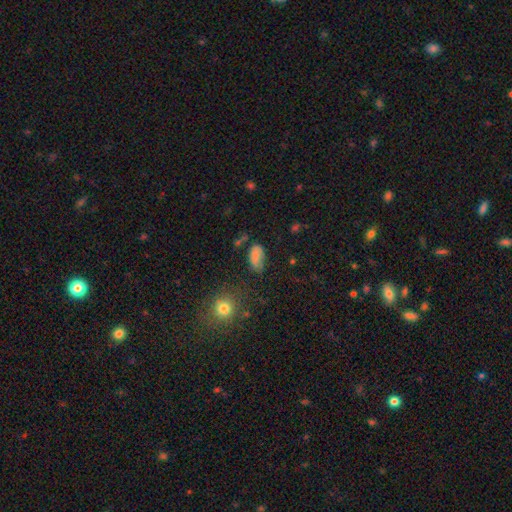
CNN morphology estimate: type=smooth (74%); roundness=in between (92%); merging=none (58%).